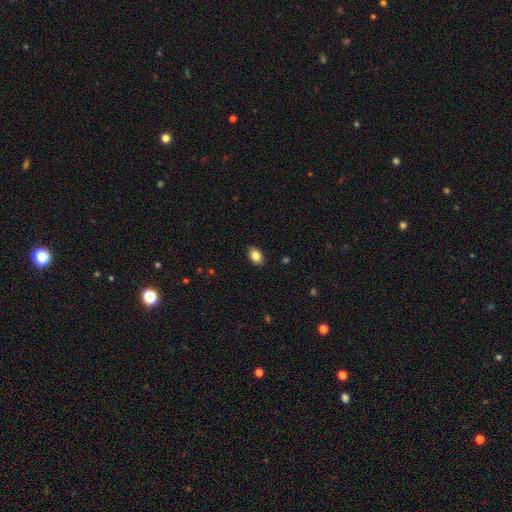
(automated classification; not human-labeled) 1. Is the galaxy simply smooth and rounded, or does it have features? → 84% smooth, 8% star or artifact, 8% featured or disk.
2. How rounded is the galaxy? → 85% in between, 14% round, 1% cigar-shaped.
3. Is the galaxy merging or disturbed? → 89% none, 8% minor disturbance, 2% major disturbance, 1% merger.